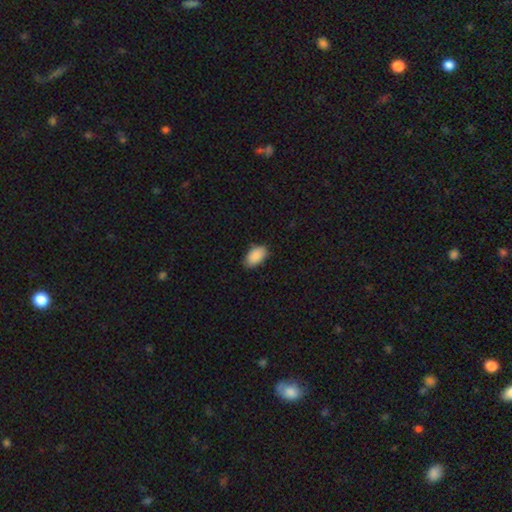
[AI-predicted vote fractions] smooth_or_featured: smooth (p=0.90) [alt: star or artifact p=0.07]
how_rounded: in between (p=0.94) [alt: round p=0.04]
merging: none (p=0.81) [alt: minor disturbance p=0.15]